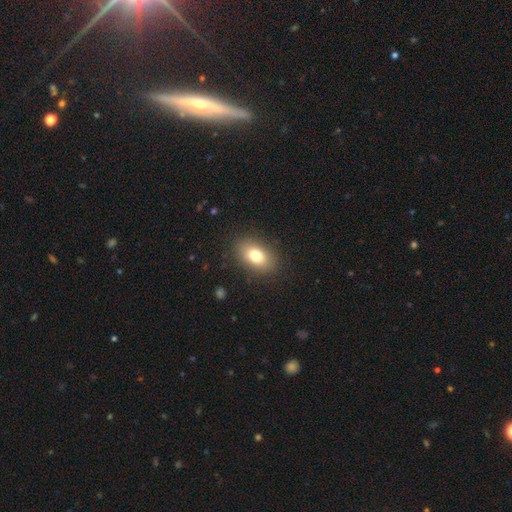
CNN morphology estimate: Q: Smooth or featured?
A: smooth (77%); runner-up: featured or disk (13%)
Q: How rounded?
A: in between (83%); runner-up: round (15%)
Q: Merging?
A: none (87%); runner-up: minor disturbance (9%)